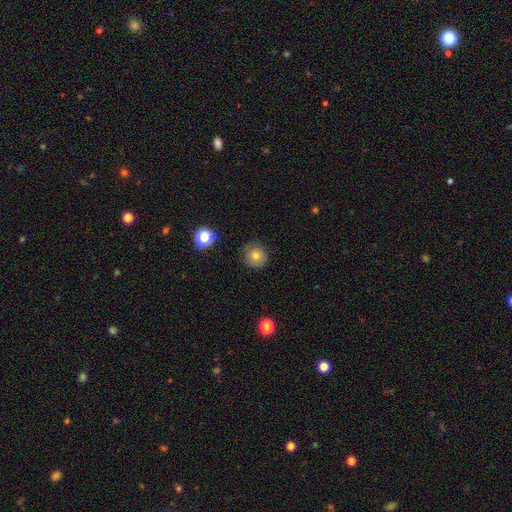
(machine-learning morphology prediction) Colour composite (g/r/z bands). It shows a smooth galaxy with no disk features (77%) that is round (91%). Merging: none (86%).